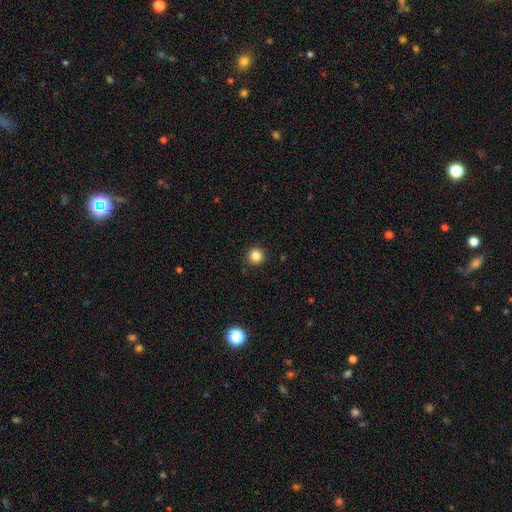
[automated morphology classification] Smooth or featured? smooth (85%)
How rounded? round (96%)
Merging? none (92%)